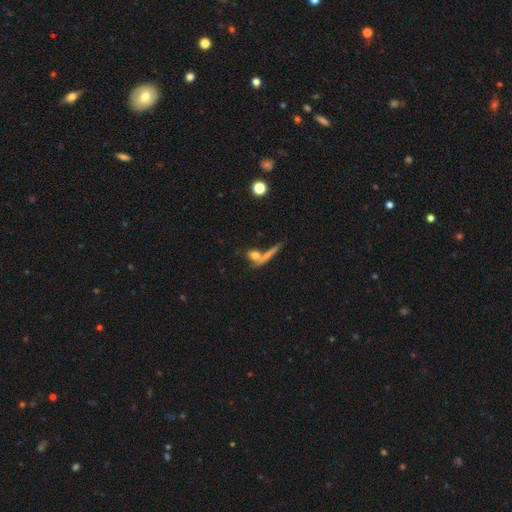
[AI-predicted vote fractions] This appears to be a smooth galaxy with no disk features (65%) that is round (43%). Merging: none (51%).